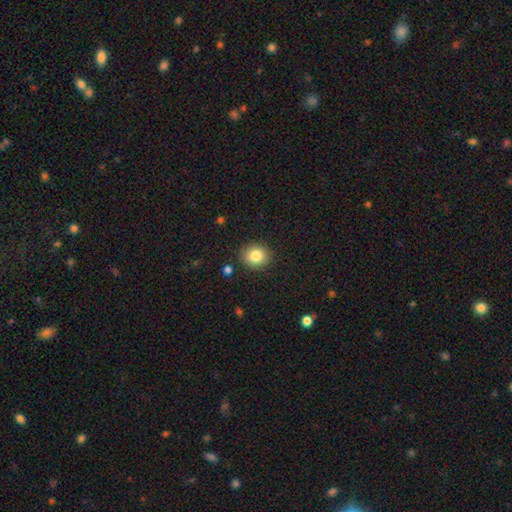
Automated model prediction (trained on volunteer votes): Overall: smooth (84%). How rounded: round (71%). Merging: none (88%).